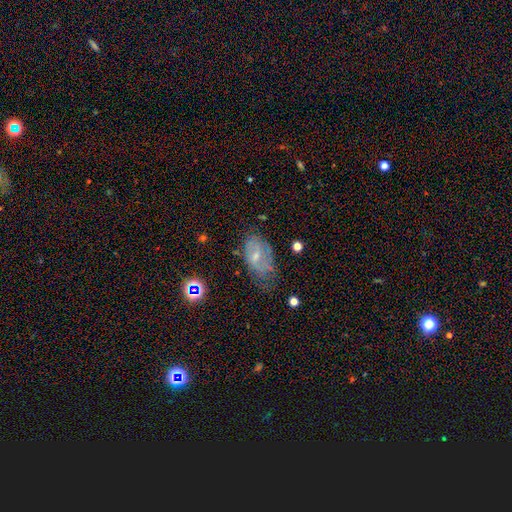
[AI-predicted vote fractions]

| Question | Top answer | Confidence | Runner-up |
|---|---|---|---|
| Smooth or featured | featured or disk | 52% | smooth (32%) |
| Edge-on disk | no | 93% | yes (7%) |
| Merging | none | 50% | minor disturbance (32%) |